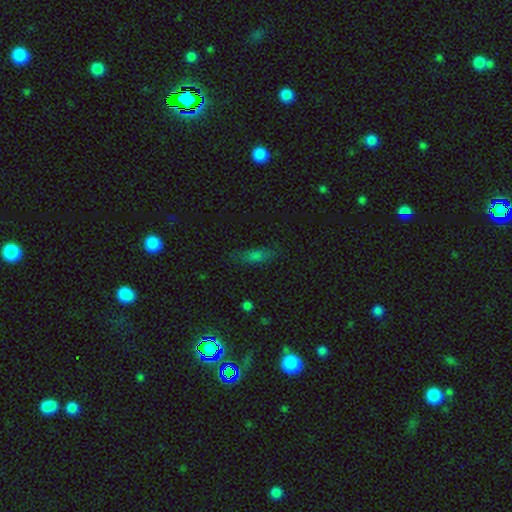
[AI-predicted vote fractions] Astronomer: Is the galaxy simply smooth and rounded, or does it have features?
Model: smooth — 64%.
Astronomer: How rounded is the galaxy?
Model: in between — 55% (runner-up: cigar-shaped, 39%).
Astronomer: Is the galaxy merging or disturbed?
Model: none — 75%.